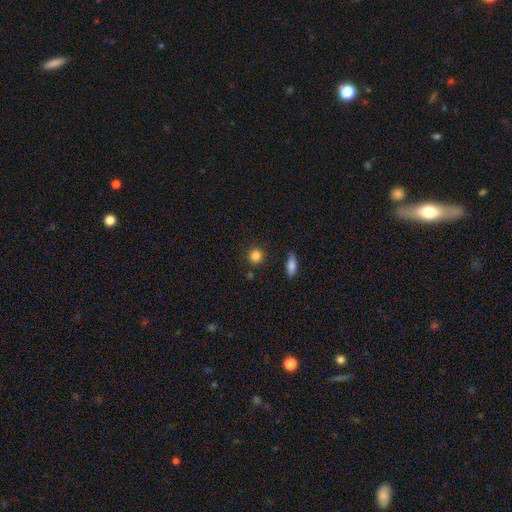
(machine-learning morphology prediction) Smooth or featured? Predicted: smooth (p=0.85). How rounded? Predicted: round (p=0.90). Merging? Predicted: none (p=0.87).